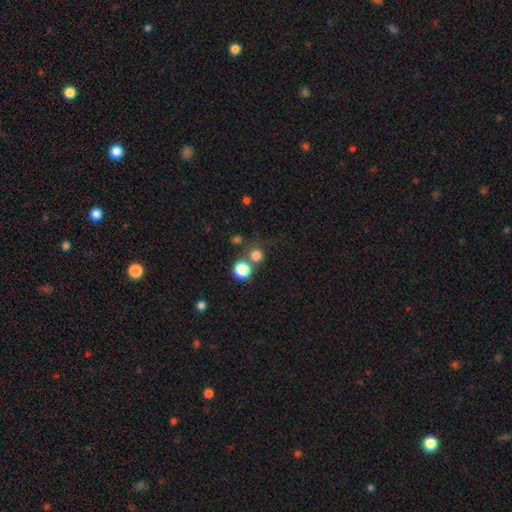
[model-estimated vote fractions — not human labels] Overall: smooth (77%). How rounded: round (92%). Merging: none (64%).